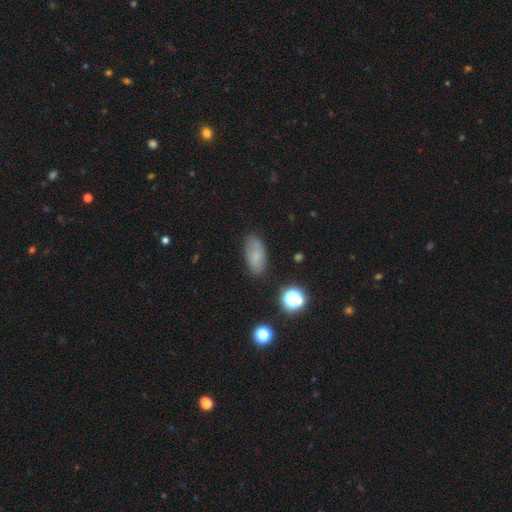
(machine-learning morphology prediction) A smooth galaxy with no disk features (74%) that is in between round and cigar-shaped (90%). Merging: none (79%).